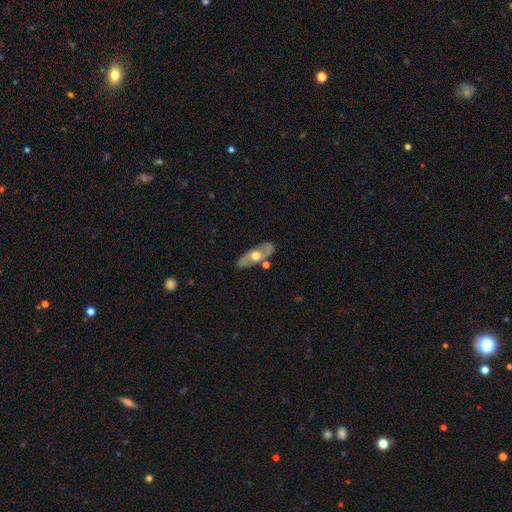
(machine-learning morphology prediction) smooth_or_featured: featured or disk (p=0.65) [alt: smooth p=0.30]
disk_edge_on: no (p=0.73) [alt: yes p=0.27]
merging: none (p=0.79) [alt: minor disturbance p=0.12]